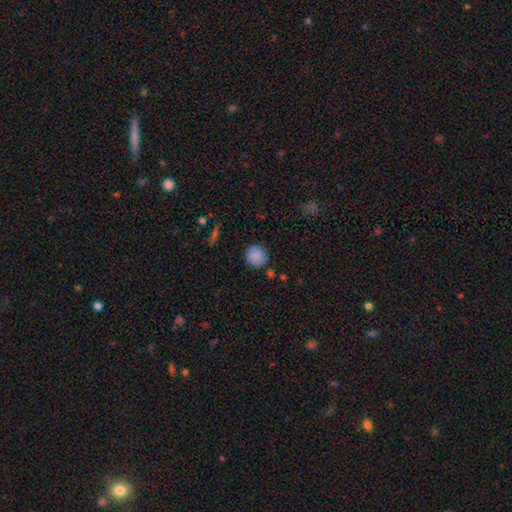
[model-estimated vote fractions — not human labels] smooth_or_featured: smooth (p=0.84) [alt: star or artifact p=0.08]
how_rounded: round (p=0.89) [alt: in between p=0.10]
merging: none (p=0.80) [alt: minor disturbance p=0.14]